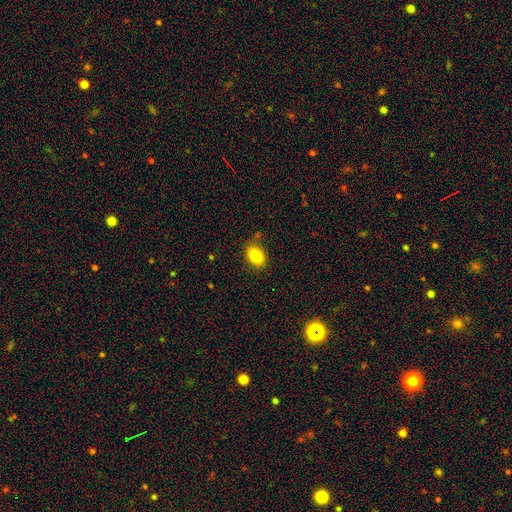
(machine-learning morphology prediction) Smooth or featured? smooth (85%)
How rounded? in between (84%)
Merging? none (80%)